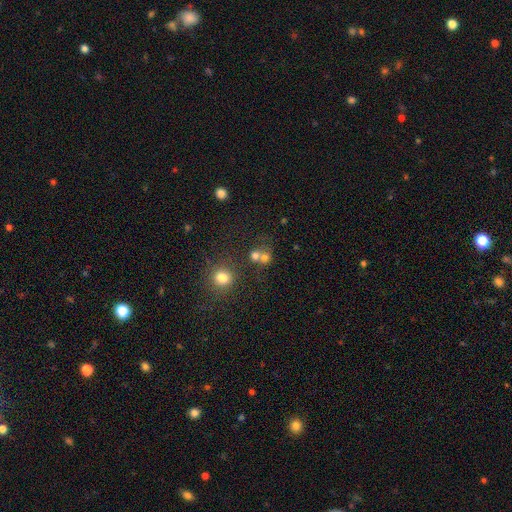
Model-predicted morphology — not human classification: This appears to be a smooth galaxy with no disk features (71%) that is round (83%). Merging: none (46%).